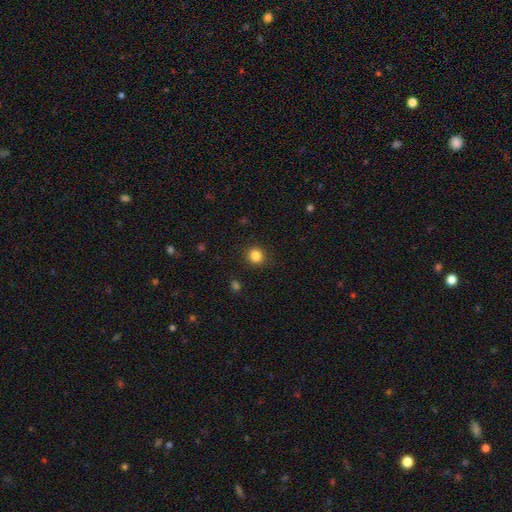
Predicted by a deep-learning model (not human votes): Overall: smooth (84%). How rounded: round (90%). Merging: none (89%).